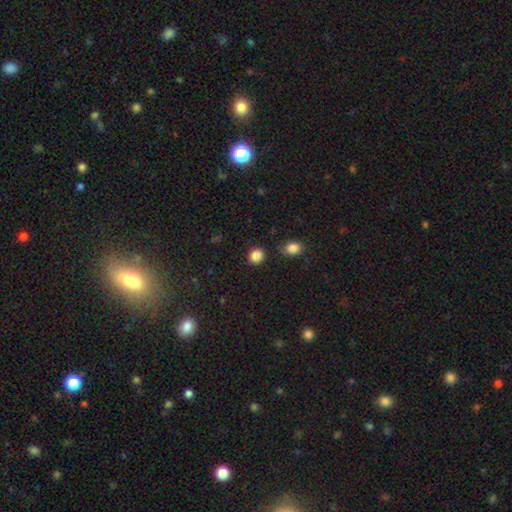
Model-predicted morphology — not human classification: This is clearly a smooth galaxy (87%). How rounded: likely round (75%). Merging: clearly none (84%).